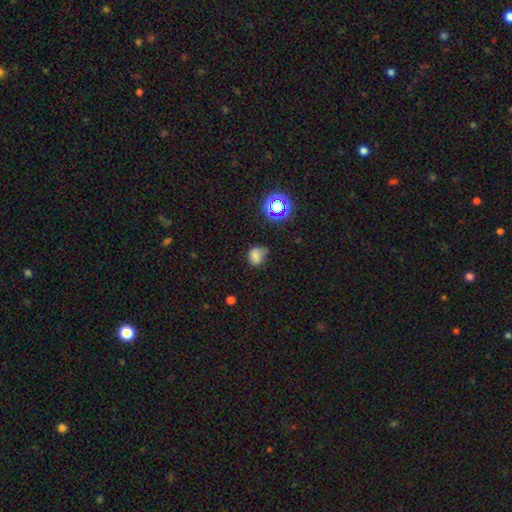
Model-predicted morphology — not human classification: smooth-or-featured: smooth: 68% | star or artifact: 19% | featured or disk: 14%
  how-rounded: round: 50% | in between: 48% | cigar-shaped: 1%
  merging: none: 44% | minor disturbance: 37% | major disturbance: 15% | merger: 5%